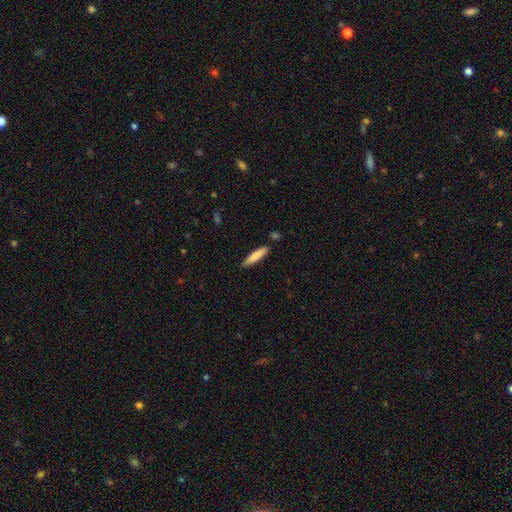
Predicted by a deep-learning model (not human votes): smooth 81%, featured or disk 14%, star or artifact 6%. Down the decision tree: how rounded — cigar-shaped (85%); merging — none (85%).